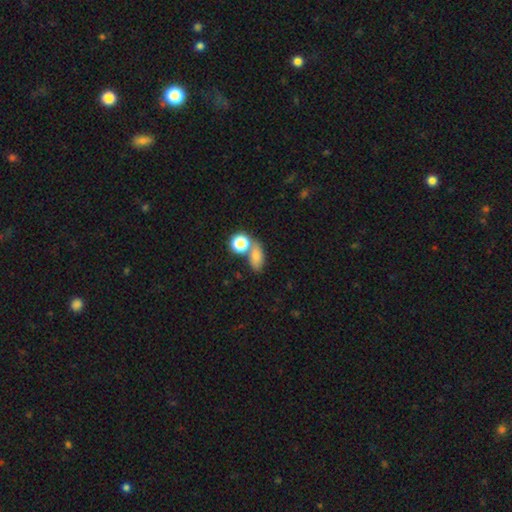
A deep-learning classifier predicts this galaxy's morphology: This appears to be a smooth galaxy with no disk features (74%) that is in between round and cigar-shaped (74%). Merging: none (51%).